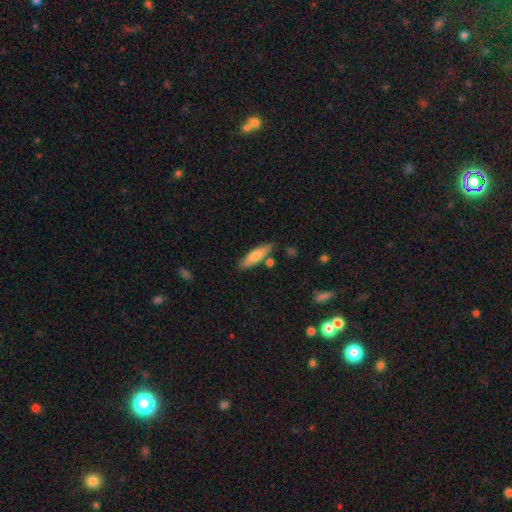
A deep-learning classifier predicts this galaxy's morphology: Smooth or featured? Predicted: smooth (p=0.71). How rounded? Predicted: cigar-shaped (p=0.62). Merging? Predicted: none (p=0.78).